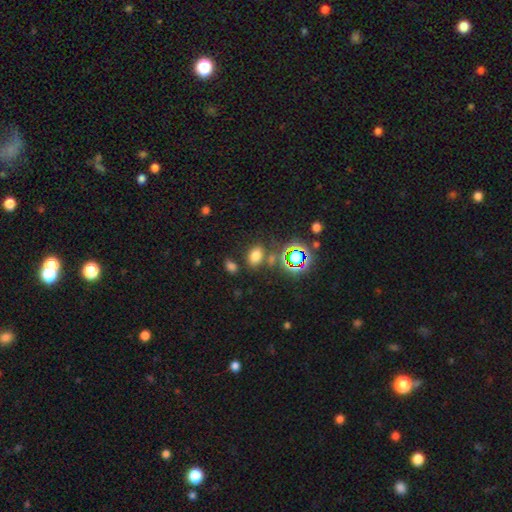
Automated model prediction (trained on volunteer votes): Smooth or featured? Predicted: smooth (p=0.70). How rounded? Predicted: in between (p=0.80). Merging? Predicted: none (p=0.75).